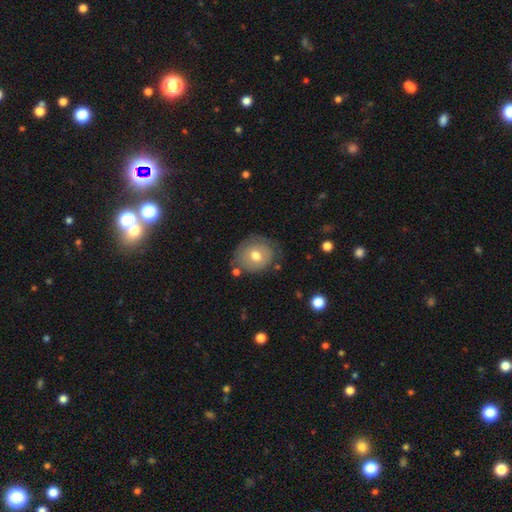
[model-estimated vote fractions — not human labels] smooth-or-featured: smooth: 62% | featured or disk: 30% | star or artifact: 8%
  how-rounded: round: 73% | in between: 26% | cigar-shaped: 1%
  merging: none: 67% | minor disturbance: 22% | major disturbance: 7% | merger: 4%